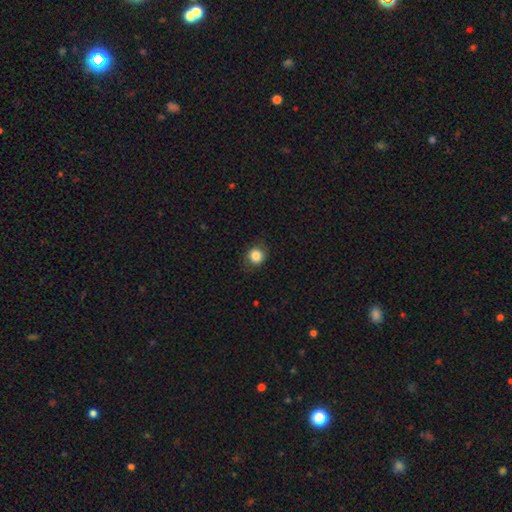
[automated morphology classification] smooth-or-featured: smooth: 84% | star or artifact: 10% | featured or disk: 6%
  how-rounded: round: 82% | in between: 17% | cigar-shaped: 1%
  merging: none: 81% | minor disturbance: 14% | major disturbance: 4% | merger: 1%